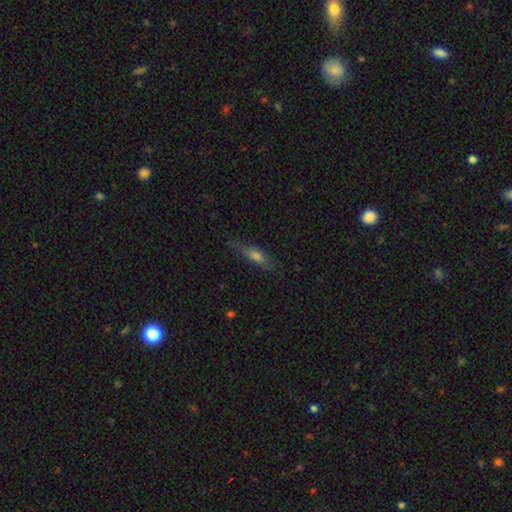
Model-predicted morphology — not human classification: A smooth galaxy with no disk features (51%) that is cigar-shaped (69%). Merging: none (71%).